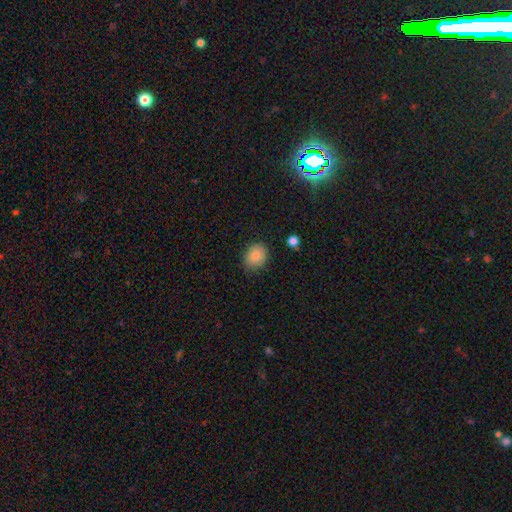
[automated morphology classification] Overall: smooth (83%). How rounded: round (59%; in between 40%). Merging: none (79%).